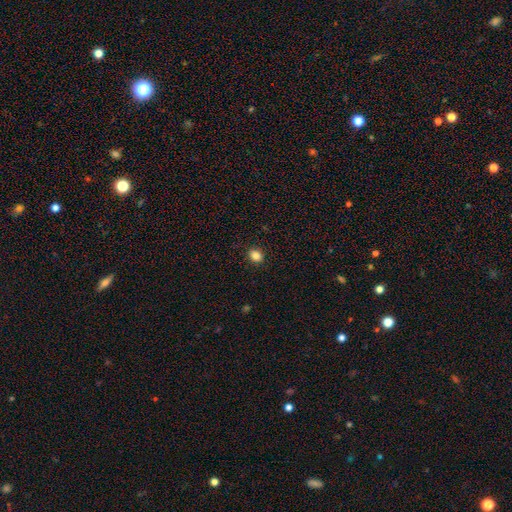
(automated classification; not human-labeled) A smooth galaxy with no disk features (85%) that is round (55%). Merging: none (91%).